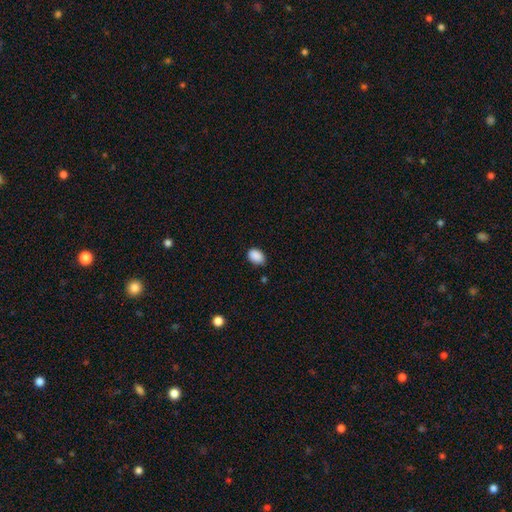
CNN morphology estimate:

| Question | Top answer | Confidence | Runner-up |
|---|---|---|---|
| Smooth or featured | smooth | 89% | star or artifact (8%) |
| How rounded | in between | 79% | round (20%) |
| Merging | none | 78% | minor disturbance (18%) |